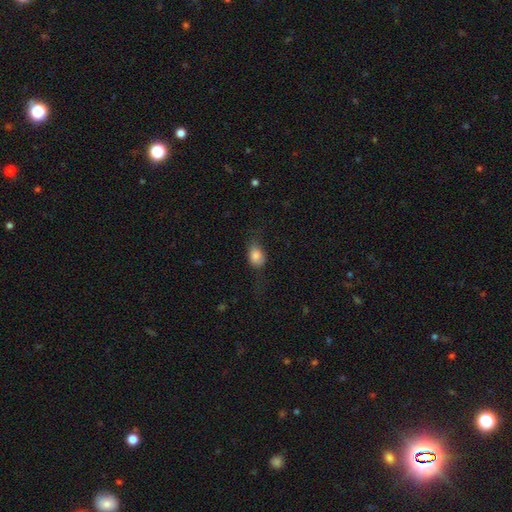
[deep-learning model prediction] smooth_or_featured: smooth (p=0.80) [alt: featured or disk p=0.11]
how_rounded: in between (p=0.70) [alt: round p=0.28]
merging: none (p=0.48) [alt: minor disturbance p=0.29]